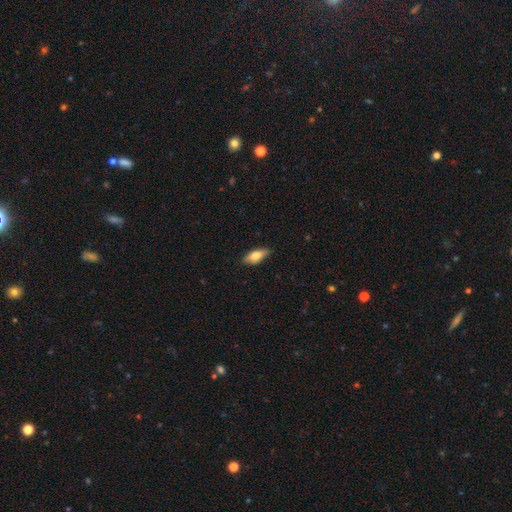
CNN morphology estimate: This is likely a smooth galaxy (69%). How rounded: likely in between (76%). Merging: clearly none (85%).